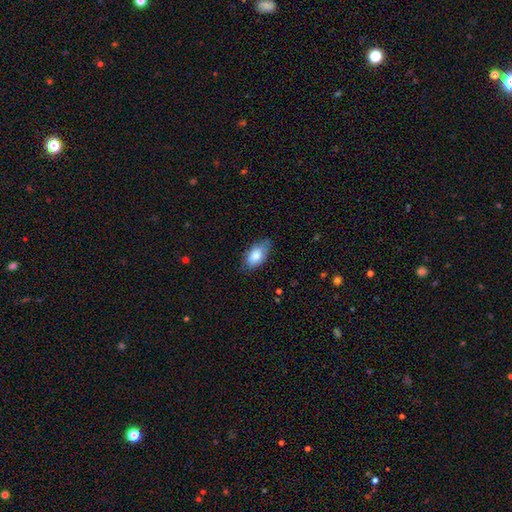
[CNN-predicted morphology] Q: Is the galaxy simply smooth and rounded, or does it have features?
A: smooth — 82%.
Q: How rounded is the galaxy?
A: in between — 93%.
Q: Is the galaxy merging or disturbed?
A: none — 68%.